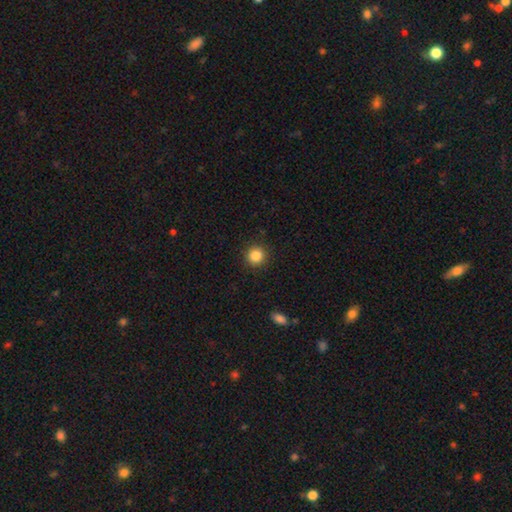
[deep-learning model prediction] This appears to be a smooth galaxy with no disk features (85%) that is round (93%). Merging: none (91%).